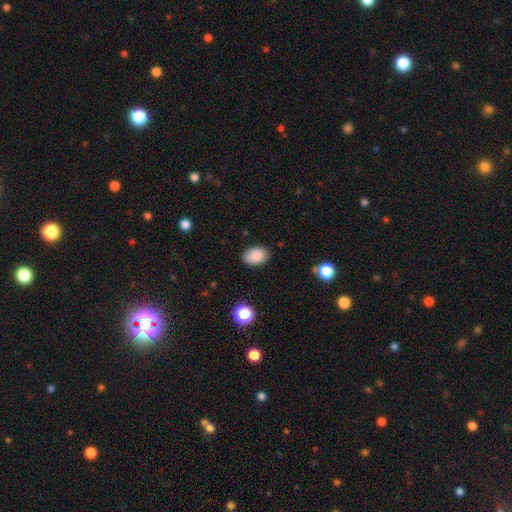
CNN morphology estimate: smooth_or_featured: smooth (p=0.87) [alt: star or artifact p=0.08]
how_rounded: in between (p=0.82) [alt: round p=0.17]
merging: none (p=0.84) [alt: minor disturbance p=0.12]